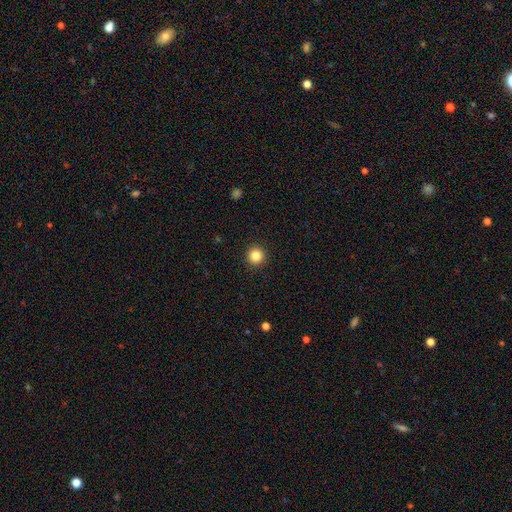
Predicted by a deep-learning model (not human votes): This appears to be a smooth galaxy with no disk features (84%) that is round (96%). Merging: none (93%).